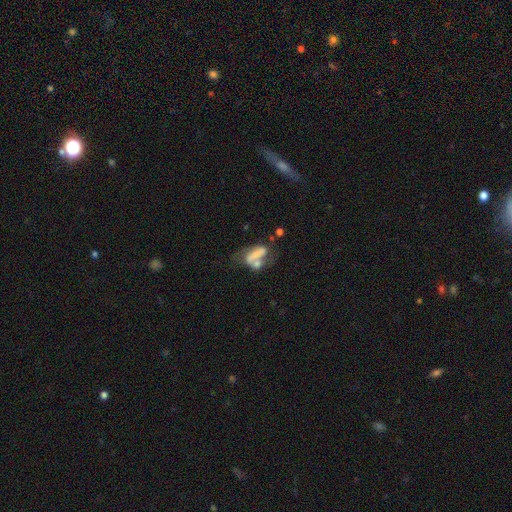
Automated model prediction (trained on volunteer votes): A featured or disk galaxy (50%).

Vote fractions:
- Smooth or featured? featured or disk: 50% / smooth: 40% / star or artifact: 11%
- Merging? merger: 37% / major disturbance: 26% / none: 21% / minor disturbance: 16%